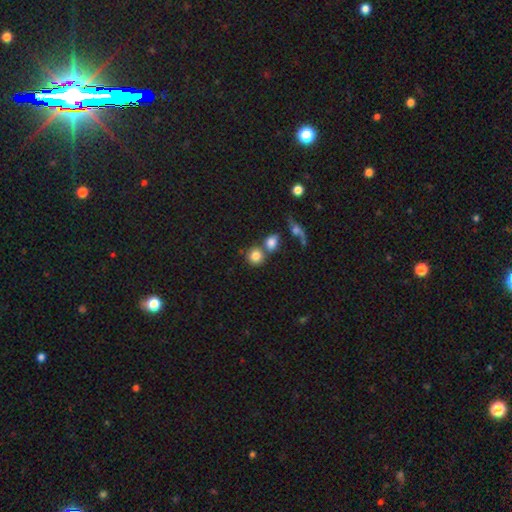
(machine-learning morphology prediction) smooth 80%, star or artifact 10%, featured or disk 10%. Down the decision tree: how rounded — round (84%); merging — none (52%).